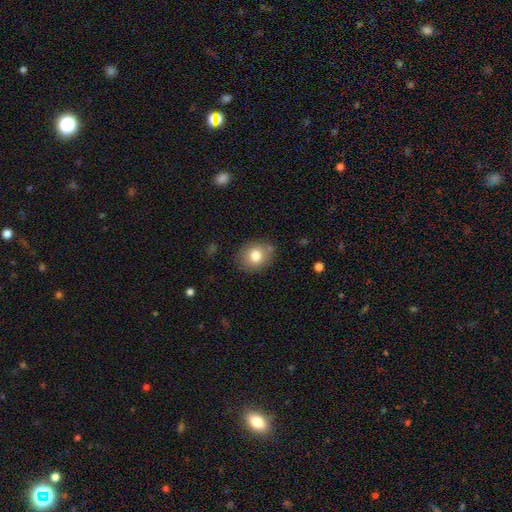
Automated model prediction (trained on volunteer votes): Overall: smooth (79%). How rounded: round (68%; in between 31%). Merging: none (82%).